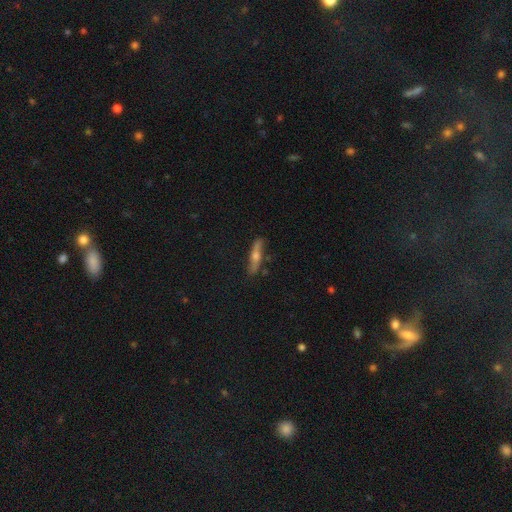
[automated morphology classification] Smooth or featured? featured or disk (58%)
Edge-on disk? yes (82%)
Merging? none (80%)